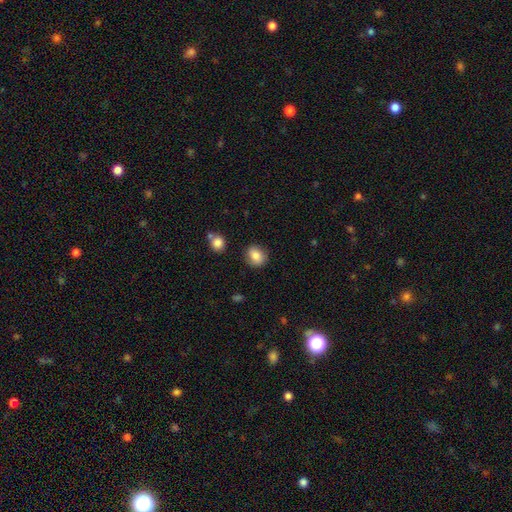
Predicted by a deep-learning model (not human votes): Smooth or featured? smooth (84%)
How rounded? round (61%)
Merging? none (84%)